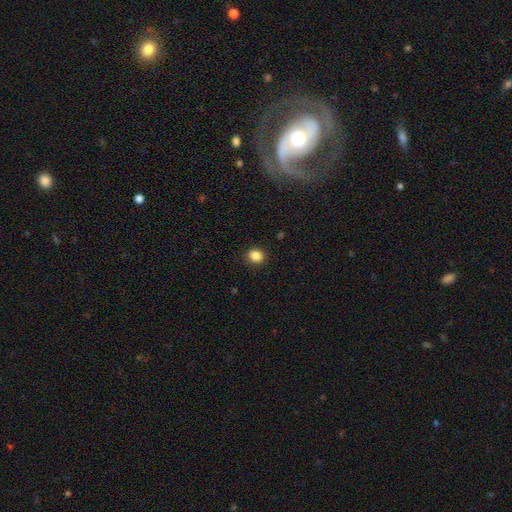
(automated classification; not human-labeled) Smooth or featured: smooth — 87% (star or artifact — 10%)
How rounded: round — 73% (in between — 26%)
Merging: none — 90% (minor disturbance — 7%)